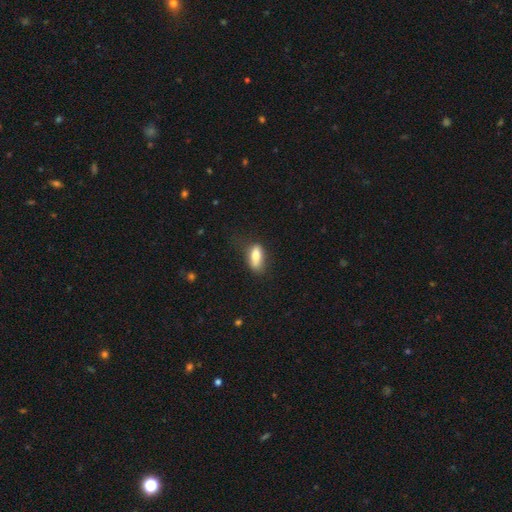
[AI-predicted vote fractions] Overall: smooth (82%). How rounded: in between (81%). Merging: none (58%; minor disturbance 28%).